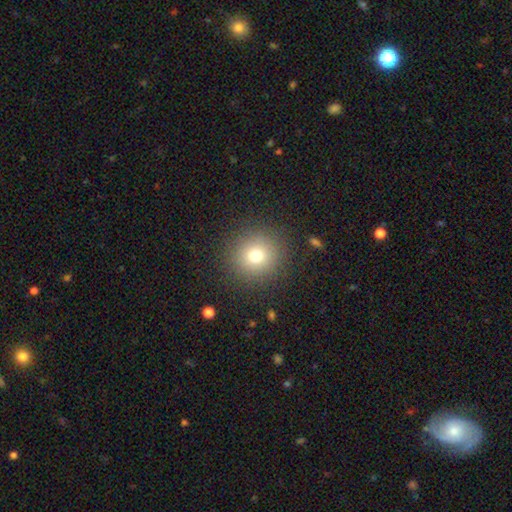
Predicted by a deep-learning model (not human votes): Q: Smooth or featured?
A: smooth (75%); runner-up: star or artifact (15%)
Q: How rounded?
A: round (94%); runner-up: in between (5%)
Q: Merging?
A: none (90%); runner-up: minor disturbance (6%)